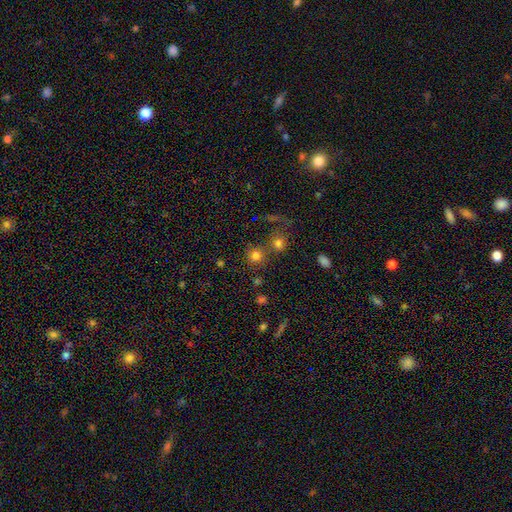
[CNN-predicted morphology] Smooth or featured? smooth (77%)
How rounded? round (91%)
Merging? none (65%)